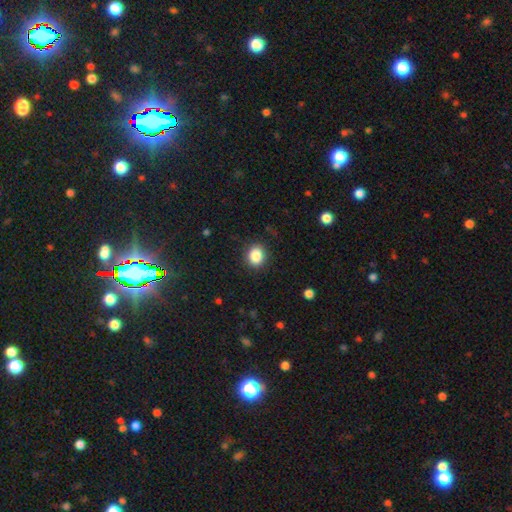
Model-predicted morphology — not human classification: Overall: smooth (87%). How rounded: round (59%; in between 40%). Merging: none (87%).